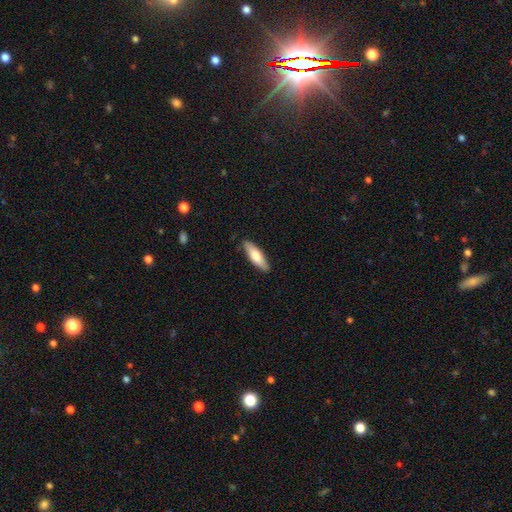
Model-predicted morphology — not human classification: Q: Smooth or featured?
A: smooth (70%); runner-up: featured or disk (25%)
Q: How rounded?
A: cigar-shaped (55%); runner-up: in between (43%)
Q: Merging?
A: none (85%); runner-up: minor disturbance (12%)